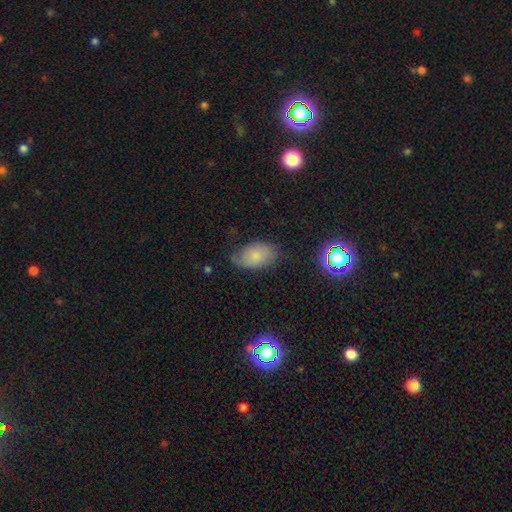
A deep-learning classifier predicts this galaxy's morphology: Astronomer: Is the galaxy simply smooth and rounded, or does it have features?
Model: smooth — 71%.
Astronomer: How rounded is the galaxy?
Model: in between — 91%.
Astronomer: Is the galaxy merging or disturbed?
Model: none — 67%.